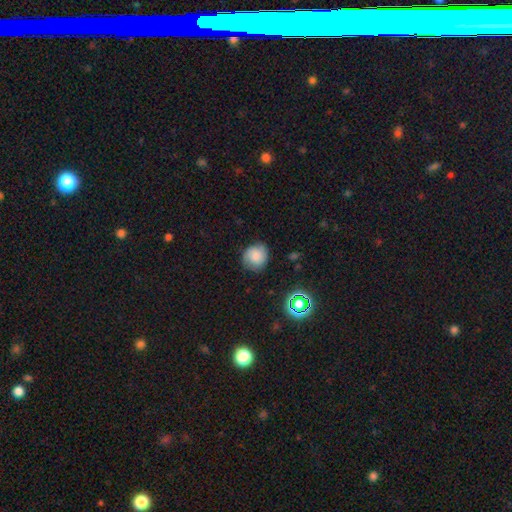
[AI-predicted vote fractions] Q: Smooth or featured?
A: smooth (67%); runner-up: featured or disk (21%)
Q: How rounded?
A: round (85%); runner-up: in between (14%)
Q: Merging?
A: none (78%); runner-up: minor disturbance (17%)